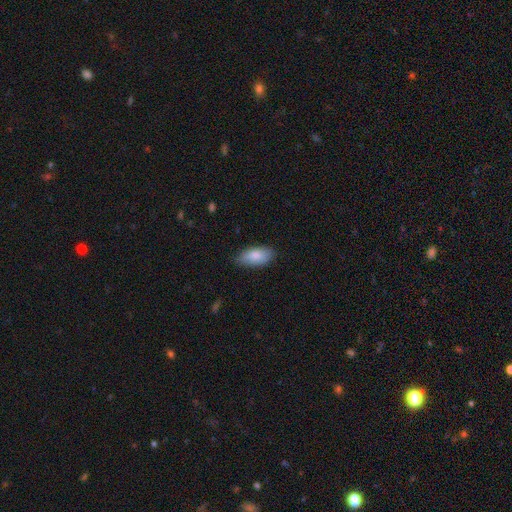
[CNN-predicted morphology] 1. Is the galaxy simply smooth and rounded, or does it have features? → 84% smooth, 9% featured or disk, 6% star or artifact.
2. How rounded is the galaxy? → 91% in between, 7% cigar-shaped, 3% round.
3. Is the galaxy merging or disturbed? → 82% none, 14% minor disturbance, 3% major disturbance, 1% merger.